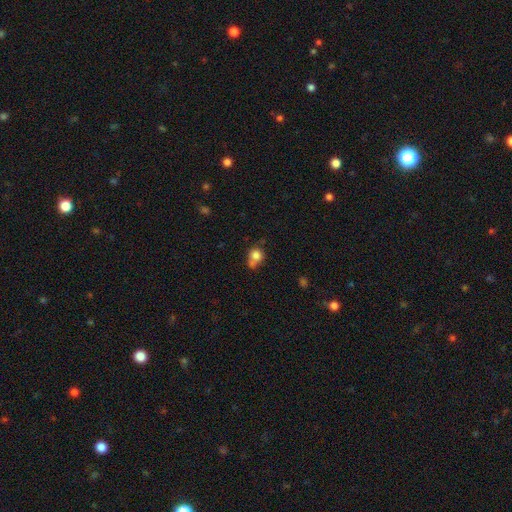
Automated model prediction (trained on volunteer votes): Smooth or featured: smooth — 79% (star or artifact — 11%)
How rounded: round — 70% (in between — 29%)
Merging: none — 40% (merger — 28%)